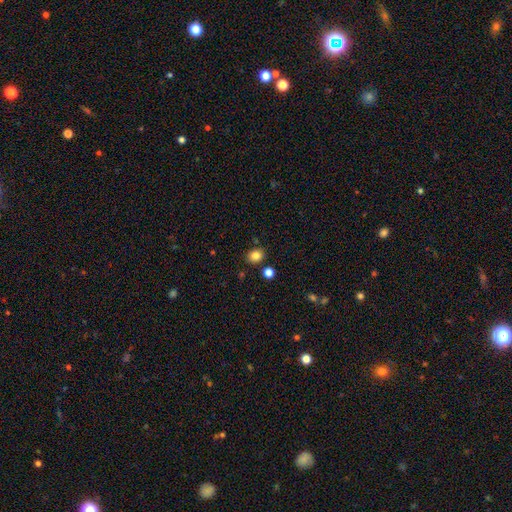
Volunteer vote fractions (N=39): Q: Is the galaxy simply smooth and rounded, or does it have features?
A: smooth — 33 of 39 (85%).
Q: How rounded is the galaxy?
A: round — 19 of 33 (58%).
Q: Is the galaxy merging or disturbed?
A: none — 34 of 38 (89%).